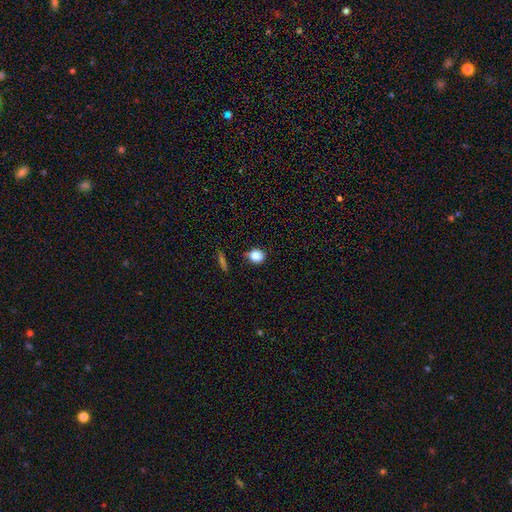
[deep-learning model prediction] This is clearly a smooth galaxy (85%). How rounded: likely round (74%). Merging: likely none (74%).